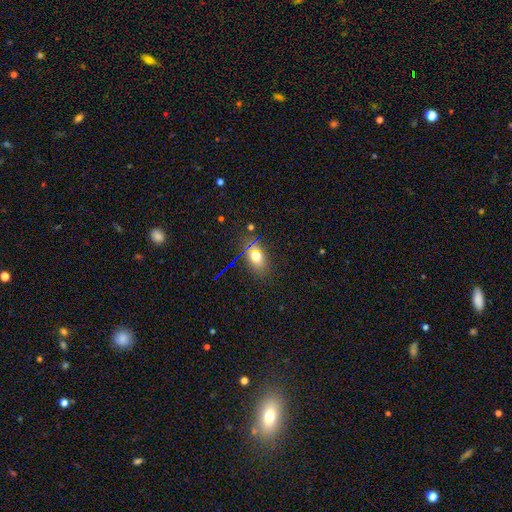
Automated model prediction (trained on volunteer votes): A smooth galaxy with no disk features (68%) that is in between round and cigar-shaped (72%).

Vote fractions:
- Smooth or featured? smooth: 68% / star or artifact: 20% / featured or disk: 13%
- How rounded? in between: 72% / round: 24% / cigar-shaped: 4%
- Merging? none: 81% / minor disturbance: 12% / major disturbance: 4% / merger: 3%